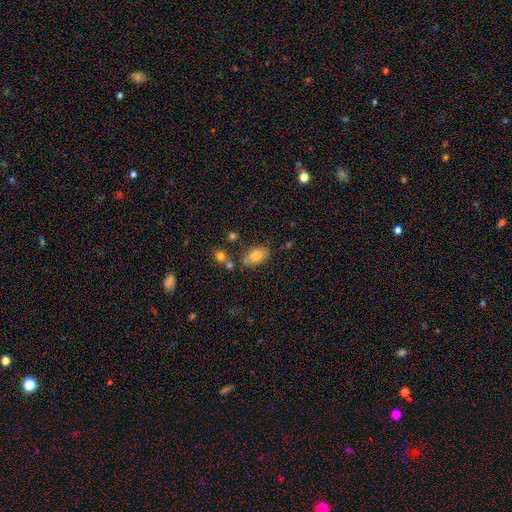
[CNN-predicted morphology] Smooth or featured: smooth — 79% (featured or disk — 11%)
How rounded: in between — 88% (round — 10%)
Merging: none — 73% (minor disturbance — 15%)